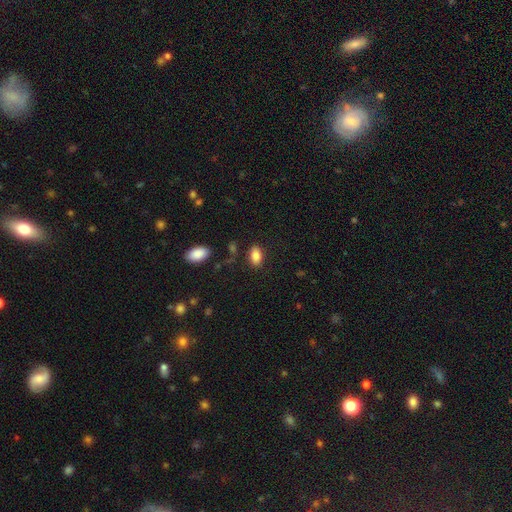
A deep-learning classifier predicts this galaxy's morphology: This appears to be a smooth galaxy with no disk features (85%) that is in between round and cigar-shaped (90%). Merging: none (82%).